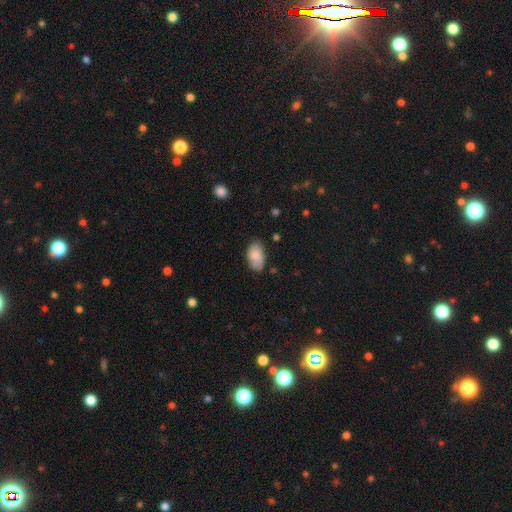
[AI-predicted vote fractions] smooth 82%, featured or disk 11%, star or artifact 7%. Down the decision tree: how rounded — in between (93%); merging — none (72%).